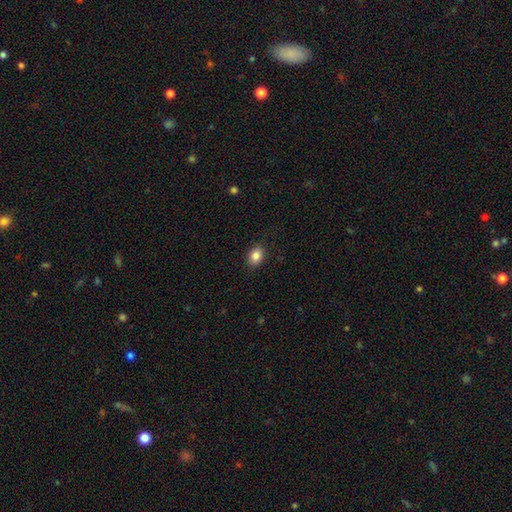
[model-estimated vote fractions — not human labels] smooth 86%, star or artifact 9%, featured or disk 5%. Down the decision tree: how rounded — in between (64%); merging — none (87%).